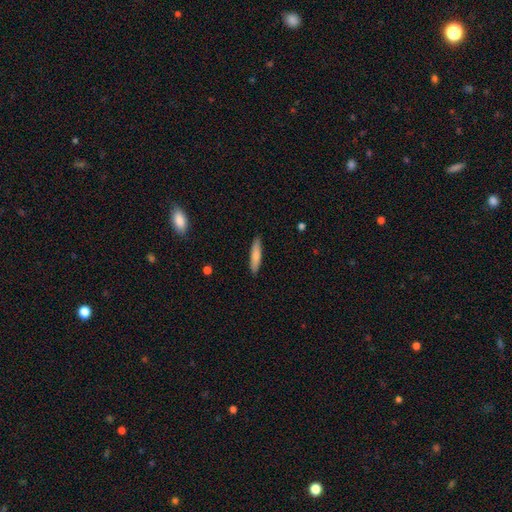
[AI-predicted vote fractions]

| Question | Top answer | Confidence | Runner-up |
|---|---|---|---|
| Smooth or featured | smooth | 79% | featured or disk (15%) |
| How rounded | cigar-shaped | 82% | in between (16%) |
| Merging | none | 89% | minor disturbance (8%) |